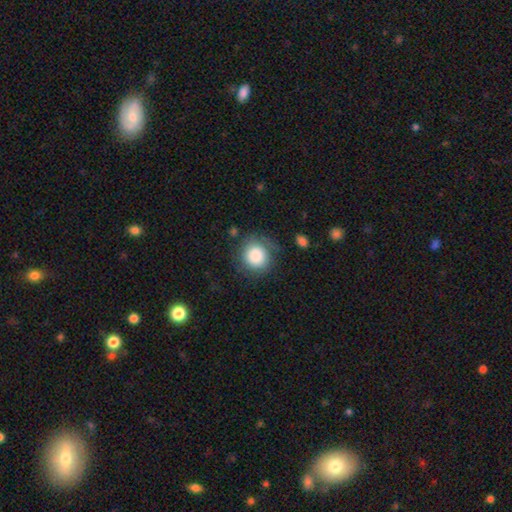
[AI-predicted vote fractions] This appears to be a smooth galaxy with no disk features (83%) that is round (88%). Merging: none (73%).